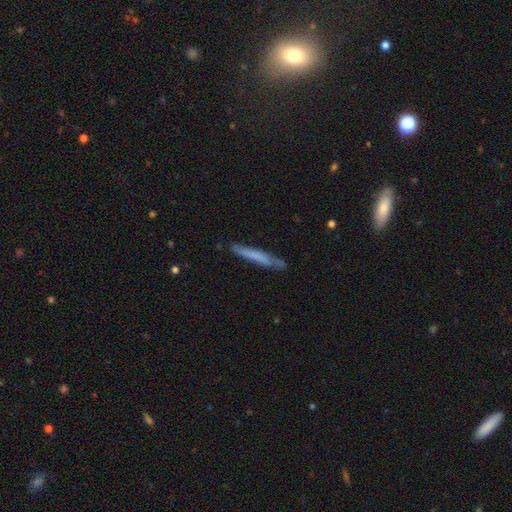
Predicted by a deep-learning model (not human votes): Smooth or featured?
  - smooth: 58% *
  - featured or disk: 36%
  - star or artifact: 6%
How rounded?
  - cigar-shaped: 96% *
  - in between: 3%
  - round: 1%
Merging?
  - none: 78% *
  - minor disturbance: 16%
  - major disturbance: 3%
  - merger: 3%